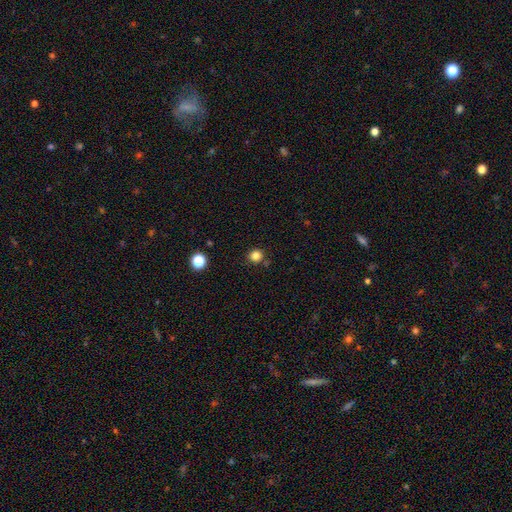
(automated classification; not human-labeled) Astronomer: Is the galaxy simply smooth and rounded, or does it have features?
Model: smooth — 82%.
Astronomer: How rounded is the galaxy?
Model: round — 92%.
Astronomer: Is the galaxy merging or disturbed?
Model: none — 86%.